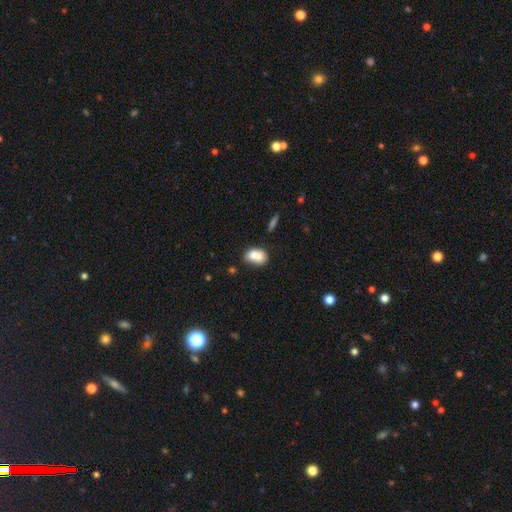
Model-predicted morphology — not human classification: Q: Smooth or featured?
A: smooth (72%); runner-up: featured or disk (19%)
Q: How rounded?
A: in between (64%); runner-up: round (34%)
Q: Merging?
A: merger (59%); runner-up: none (26%)